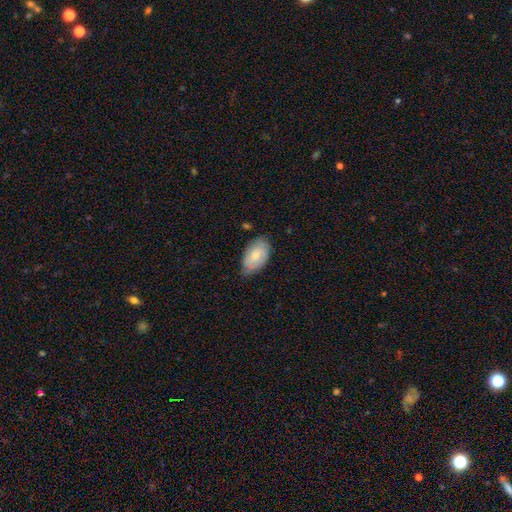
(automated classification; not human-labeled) Smooth or featured: smooth — 68% (featured or disk — 26%)
How rounded: in between — 93% (round — 5%)
Merging: none — 65% (minor disturbance — 30%)